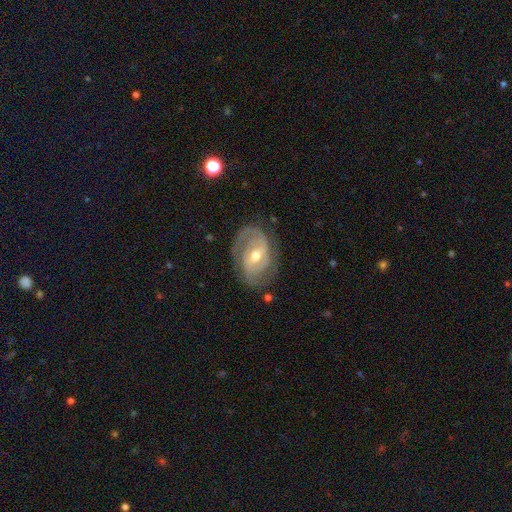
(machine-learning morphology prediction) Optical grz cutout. It shows a featured or disk galaxy (86%) with a weak bar (49%), 2 (68%) tight (47%) spiral arms (95%) and a moderate central bulge (67%). Merging: none (73%).